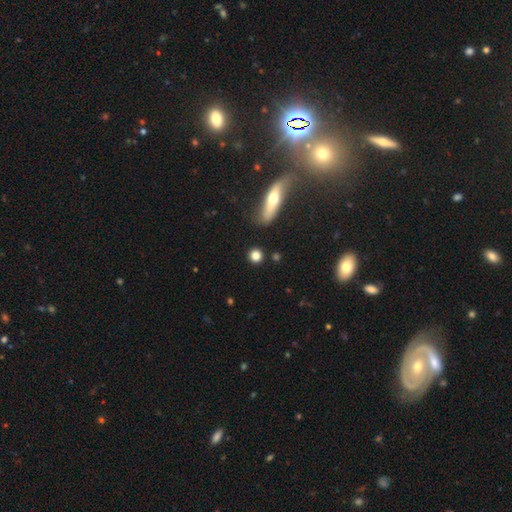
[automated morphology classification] smooth_or_featured: smooth (p=0.82) [alt: star or artifact p=0.10]
how_rounded: round (p=0.87) [alt: in between p=0.09]
merging: none (p=0.86) [alt: minor disturbance p=0.08]